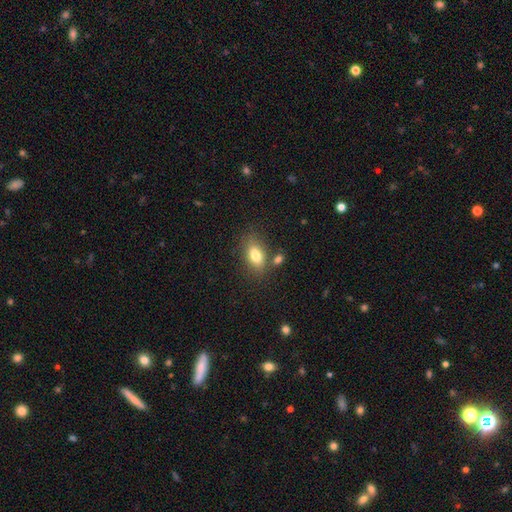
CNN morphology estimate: smooth-or-featured: smooth: 77% | featured or disk: 14% | star or artifact: 9%
  how-rounded: in between: 86% | round: 9% | cigar-shaped: 5%
  merging: none: 66% | minor disturbance: 15% | merger: 15% | major disturbance: 5%